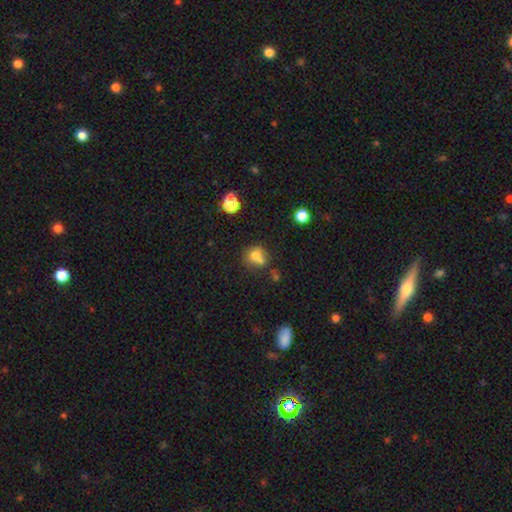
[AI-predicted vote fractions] Overall: smooth (71%). How rounded: round (78%). Merging: none (42%; merger 41%).